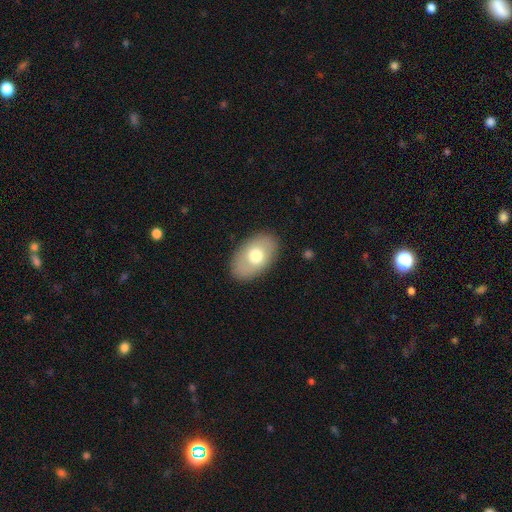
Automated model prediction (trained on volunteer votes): smooth-or-featured: smooth: 68% | featured or disk: 26% | star or artifact: 7%
  how-rounded: in between: 90% | round: 8% | cigar-shaped: 1%
  merging: none: 87% | minor disturbance: 10% | major disturbance: 3% | merger: 1%